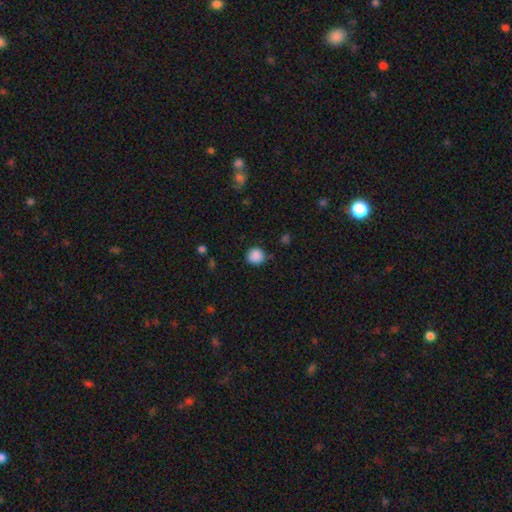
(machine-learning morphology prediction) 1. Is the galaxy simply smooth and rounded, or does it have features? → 88% smooth, 9% star or artifact, 3% featured or disk.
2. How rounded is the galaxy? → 92% round, 7% in between, 1% cigar-shaped.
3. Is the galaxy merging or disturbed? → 84% none, 11% minor disturbance, 3% major disturbance, 1% merger.